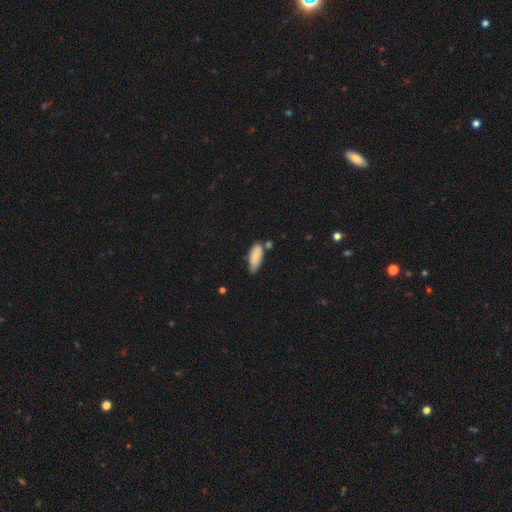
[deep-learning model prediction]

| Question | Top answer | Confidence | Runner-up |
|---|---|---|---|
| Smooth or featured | smooth | 86% | featured or disk (8%) |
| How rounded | in between | 72% | cigar-shaped (26%) |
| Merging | none | 58% | minor disturbance (26%) |